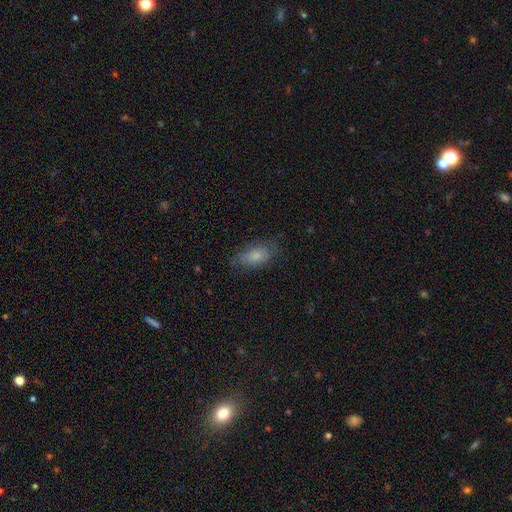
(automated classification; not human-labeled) Smooth or featured? Predicted: smooth (p=0.79). How rounded? Predicted: in between (p=0.88). Merging? Predicted: none (p=0.73).